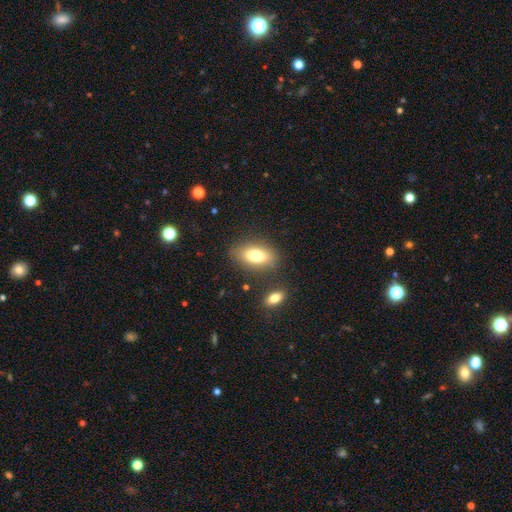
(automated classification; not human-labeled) This is likely a smooth galaxy (76%). How rounded: clearly in between (86%). Merging: clearly none (80%).